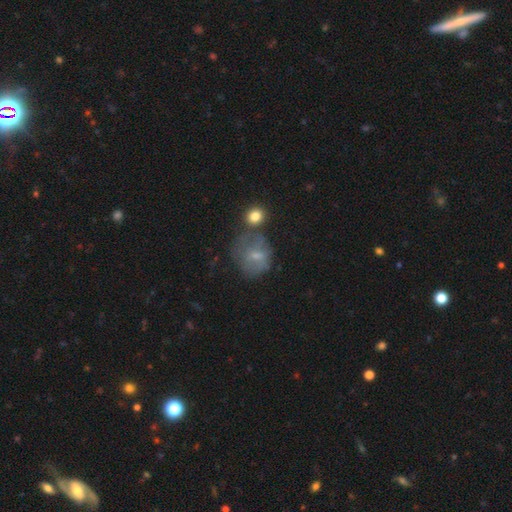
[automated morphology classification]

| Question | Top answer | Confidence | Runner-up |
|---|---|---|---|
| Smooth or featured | smooth | 55% | featured or disk (33%) |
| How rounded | round | 64% | in between (35%) |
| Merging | none | 43% | minor disturbance (25%) |